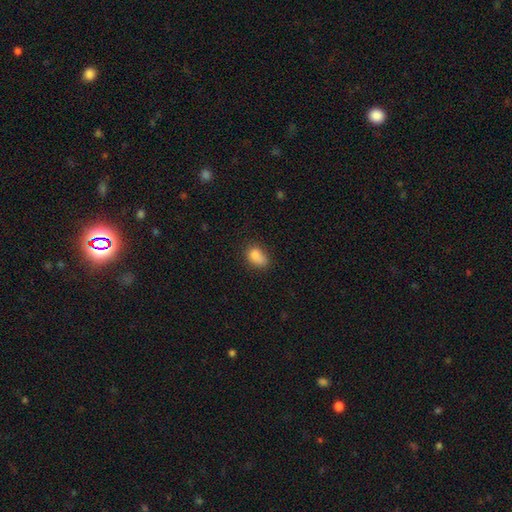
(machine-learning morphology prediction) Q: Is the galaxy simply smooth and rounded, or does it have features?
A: smooth — 84%.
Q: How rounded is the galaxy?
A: in between — 82%.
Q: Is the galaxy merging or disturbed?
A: none — 58%.